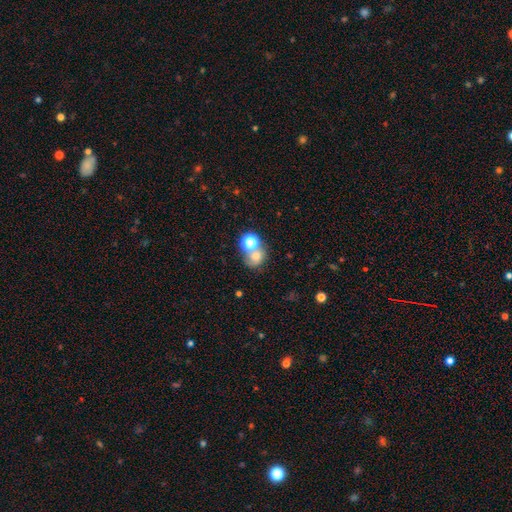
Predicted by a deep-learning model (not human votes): This appears to be a smooth galaxy with no disk features (64%) that is round (65%). Merging: merger (46%).